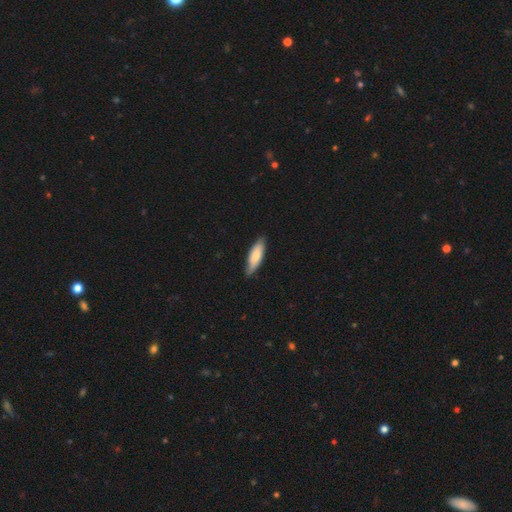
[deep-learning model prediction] The model was most divided on "how rounded": in between: 50%, cigar-shaped: 49%, round: 2%. More confident: merging — none (79%); smooth or featured — smooth (72%).